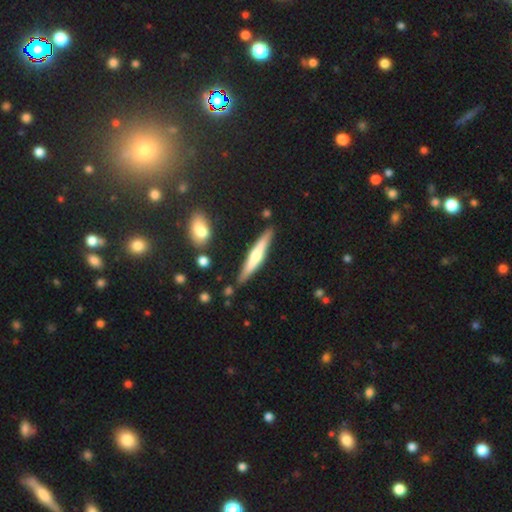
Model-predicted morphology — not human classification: This appears to be a featured or disk galaxy (55%) viewed edge-on (96%) with a rounded central bulge (74%). Merging: none (85%).